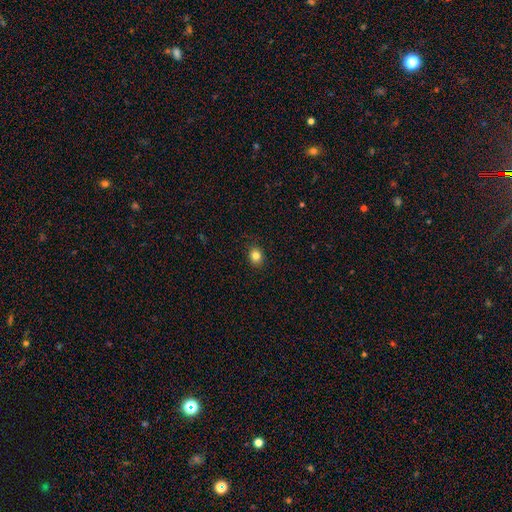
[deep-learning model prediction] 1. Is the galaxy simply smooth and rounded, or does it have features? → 83% smooth, 11% star or artifact, 6% featured or disk.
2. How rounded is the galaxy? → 64% round, 35% in between, 1% cigar-shaped.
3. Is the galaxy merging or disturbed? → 90% none, 8% minor disturbance, 2% major disturbance, 1% merger.